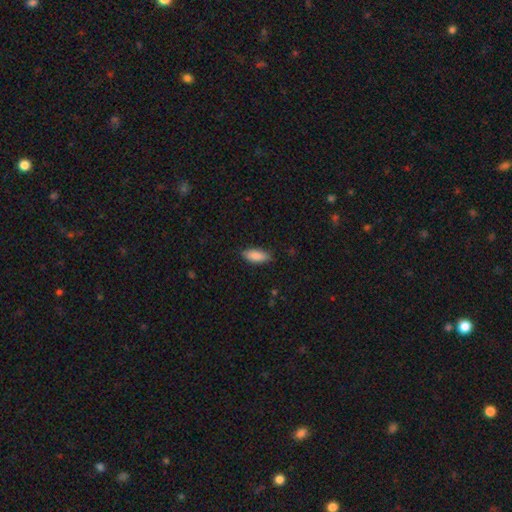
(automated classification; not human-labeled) Smooth or featured?
  - smooth: 88% *
  - star or artifact: 6%
  - featured or disk: 6%
How rounded?
  - in between: 77% *
  - cigar-shaped: 21%
  - round: 2%
Merging?
  - none: 85% *
  - minor disturbance: 11%
  - major disturbance: 2%
  - merger: 1%